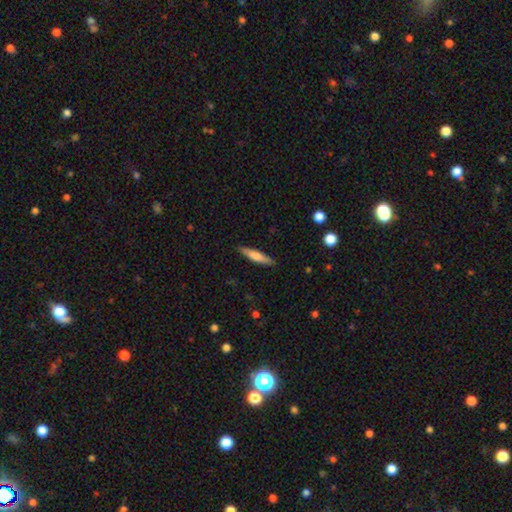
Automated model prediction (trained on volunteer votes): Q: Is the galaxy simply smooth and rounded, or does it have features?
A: smooth — 57%.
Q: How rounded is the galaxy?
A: cigar-shaped — 86%.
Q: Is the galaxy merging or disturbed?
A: none — 89%.